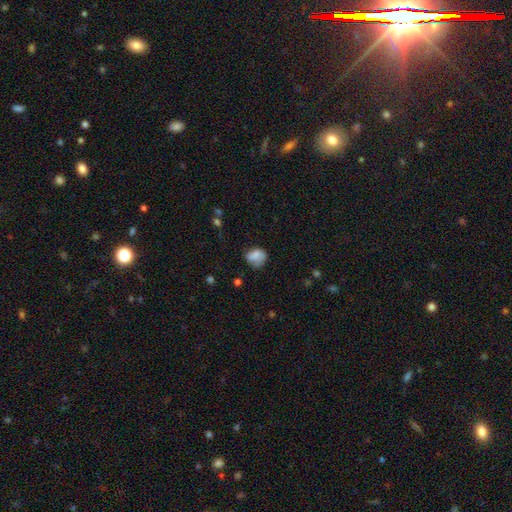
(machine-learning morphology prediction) Smooth or featured? Predicted: smooth (p=0.74). How rounded? Predicted: round (p=0.55). Merging? Predicted: none (p=0.48).